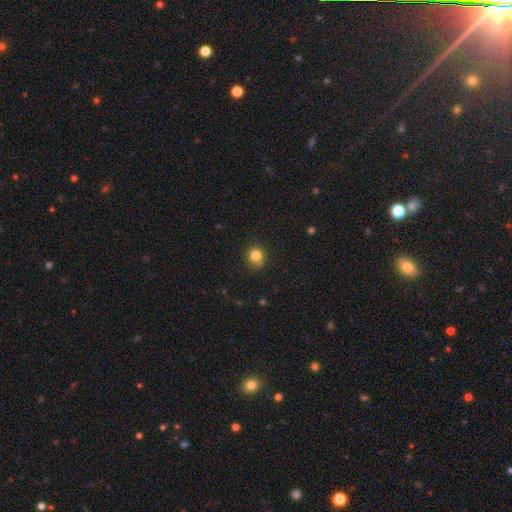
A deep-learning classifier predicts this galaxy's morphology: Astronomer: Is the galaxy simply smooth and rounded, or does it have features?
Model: smooth — 83%.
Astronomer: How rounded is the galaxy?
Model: round — 85%.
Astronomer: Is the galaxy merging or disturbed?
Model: none — 88%.